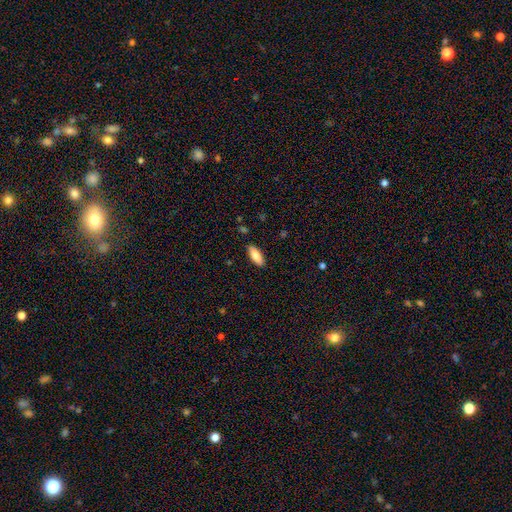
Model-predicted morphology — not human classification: Smooth or featured? Predicted: smooth (p=0.85). How rounded? Predicted: in between (p=0.79). Merging? Predicted: none (p=0.87).